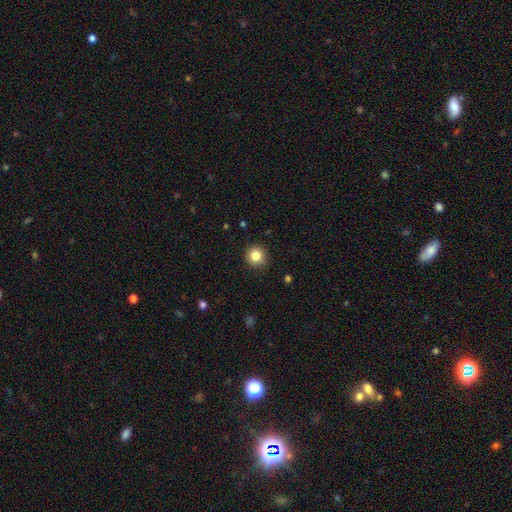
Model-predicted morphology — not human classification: smooth_or_featured: smooth (p=0.83) [alt: star or artifact p=0.11]
how_rounded: round (p=0.93) [alt: in between p=0.06]
merging: none (p=0.90) [alt: minor disturbance p=0.07]